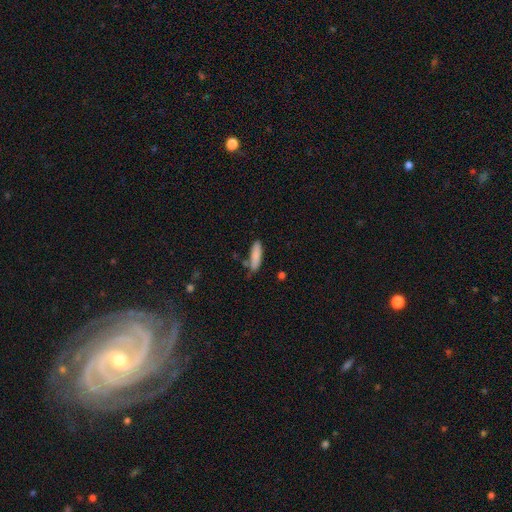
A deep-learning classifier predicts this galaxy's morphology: Smooth or featured: smooth — 85% (featured or disk — 9%)
How rounded: cigar-shaped — 65% (in between — 33%)
Merging: none — 70% (minor disturbance — 19%)